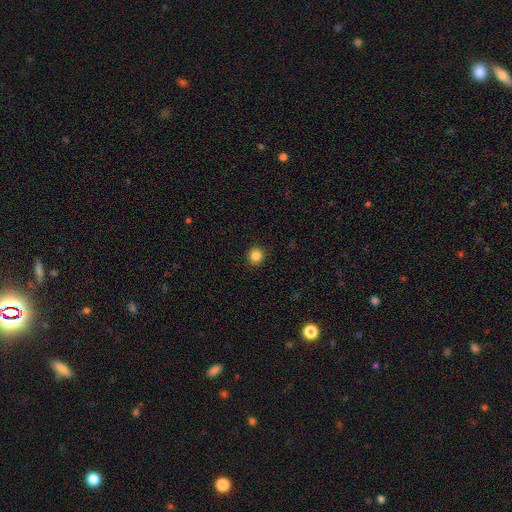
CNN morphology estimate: Smooth or featured? Predicted: smooth (p=0.84). How rounded? Predicted: round (p=0.93). Merging? Predicted: none (p=0.92).